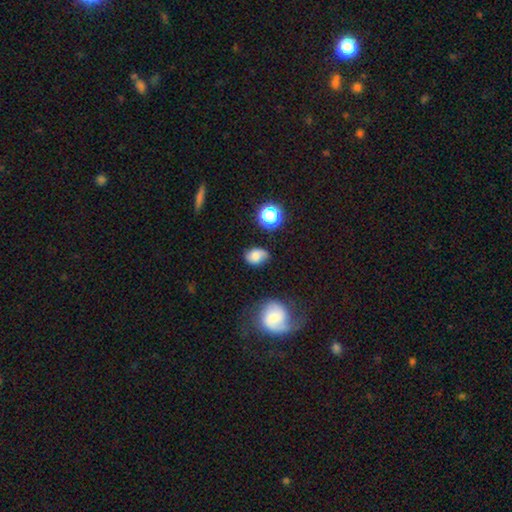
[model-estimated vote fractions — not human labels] smooth-or-featured: smooth: 63% | featured or disk: 24% | star or artifact: 12%
  how-rounded: in between: 67% | round: 32% | cigar-shaped: 1%
  merging: none: 58% | minor disturbance: 28% | major disturbance: 9% | merger: 5%